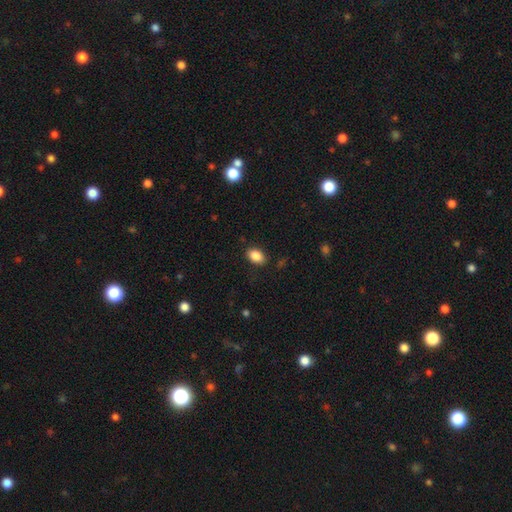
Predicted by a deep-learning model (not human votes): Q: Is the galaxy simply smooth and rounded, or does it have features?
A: smooth — 87%.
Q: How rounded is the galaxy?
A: in between — 88%.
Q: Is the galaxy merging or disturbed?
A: none — 86%.